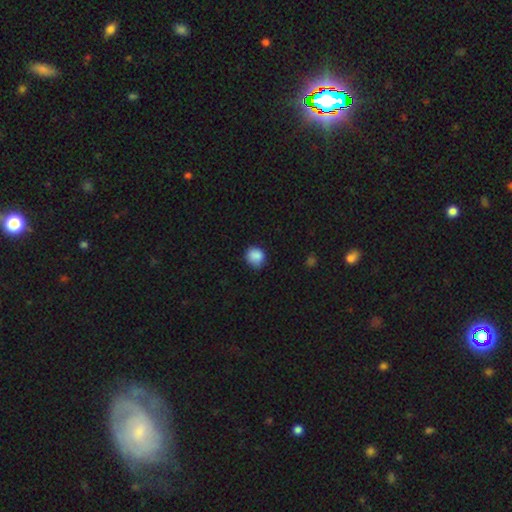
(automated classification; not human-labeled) Smooth or featured? smooth (88%)
How rounded? round (78%)
Merging? none (74%)